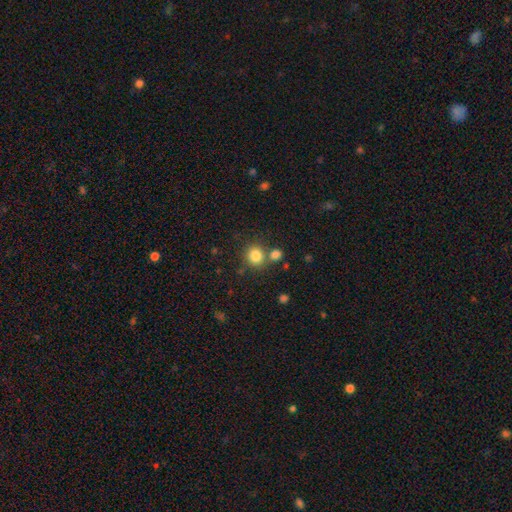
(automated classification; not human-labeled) Smooth or featured? Predicted: smooth (p=0.83). How rounded? Predicted: round (p=0.84). Merging? Predicted: none (p=0.68).